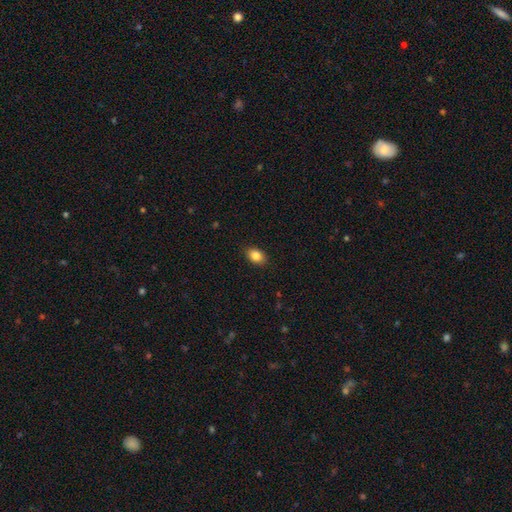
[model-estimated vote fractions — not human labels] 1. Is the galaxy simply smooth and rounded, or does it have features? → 85% smooth, 8% star or artifact, 6% featured or disk.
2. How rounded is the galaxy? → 81% in between, 18% round, 1% cigar-shaped.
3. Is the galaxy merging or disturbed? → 87% none, 9% minor disturbance, 2% major disturbance, 1% merger.